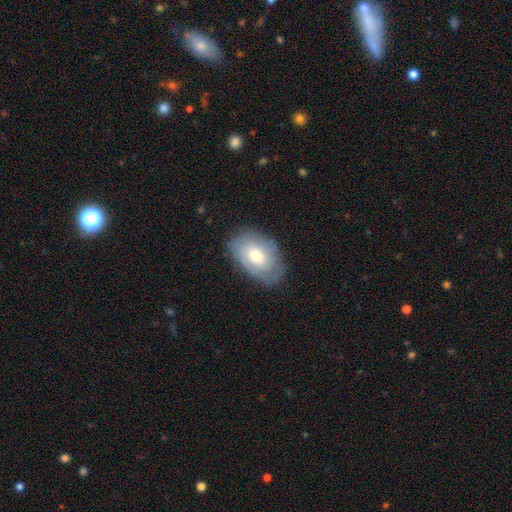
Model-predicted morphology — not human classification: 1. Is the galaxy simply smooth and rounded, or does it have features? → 62% smooth, 32% featured or disk, 7% star or artifact.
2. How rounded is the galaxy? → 90% in between, 9% round, 1% cigar-shaped.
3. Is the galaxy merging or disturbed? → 77% none, 17% minor disturbance, 4% major disturbance, 1% merger.